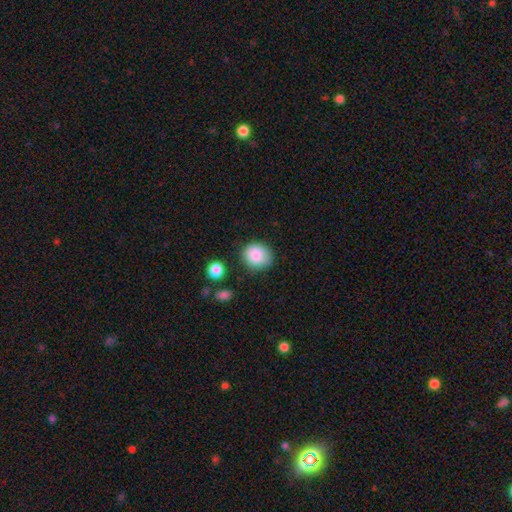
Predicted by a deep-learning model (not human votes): Smooth or featured? smooth (85%)
How rounded? round (71%)
Merging? none (75%)